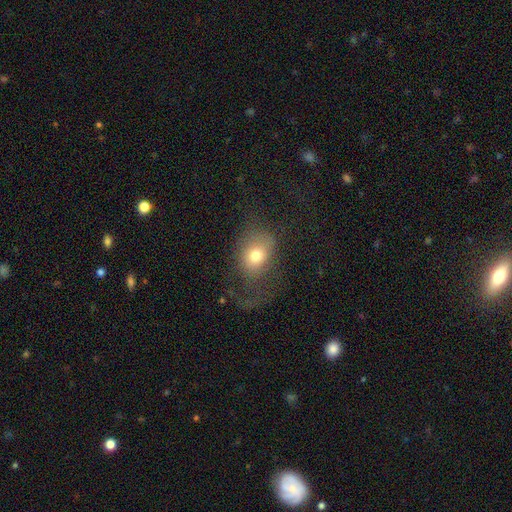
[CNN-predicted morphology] Smooth or featured?
  - smooth: 70% *
  - featured or disk: 19%
  - star or artifact: 11%
How rounded?
  - in between: 59% *
  - round: 39%
  - cigar-shaped: 1%
Merging?
  - major disturbance: 43% *
  - none: 36%
  - minor disturbance: 20%
  - merger: 2%